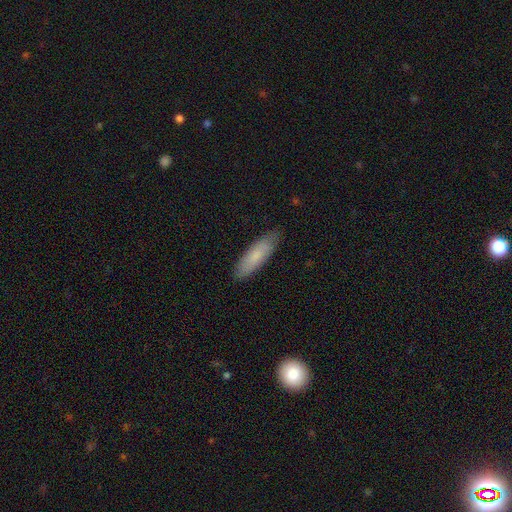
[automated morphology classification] Smooth or featured? smooth (77%)
How rounded? cigar-shaped (56%)
Merging? none (84%)